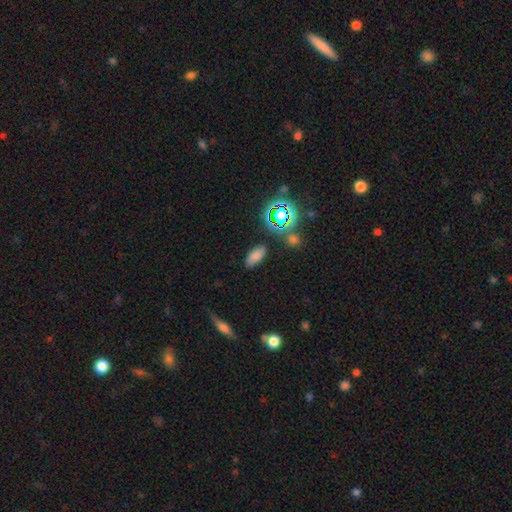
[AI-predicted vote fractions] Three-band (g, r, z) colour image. It shows a smooth galaxy with no disk features (74%) that is in between round and cigar-shaped (88%). Merging: none (82%).